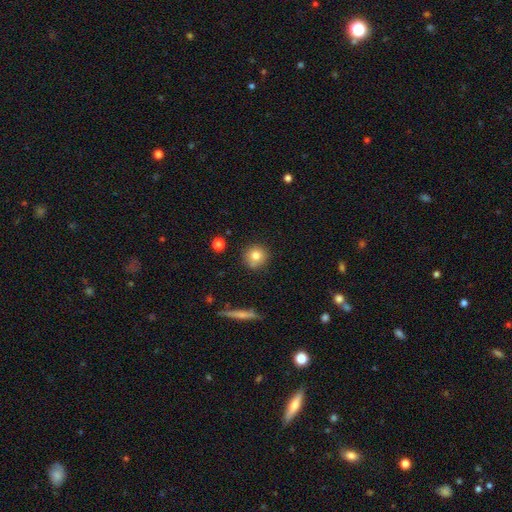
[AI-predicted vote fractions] This is likely a smooth galaxy (78%). How rounded: clearly round (93%). Merging: clearly none (82%).